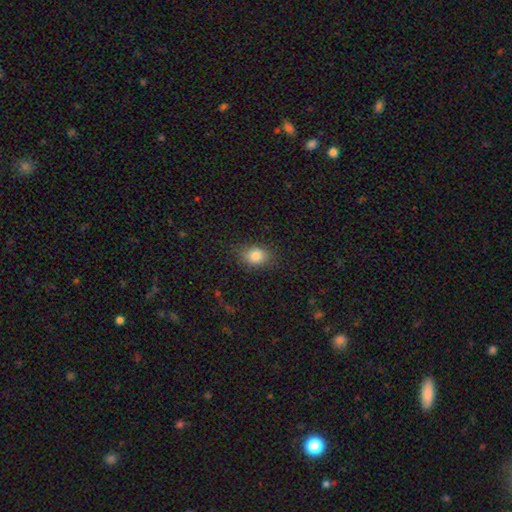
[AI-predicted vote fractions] smooth-or-featured: smooth: 83% | star or artifact: 11% | featured or disk: 7%
  how-rounded: in between: 55% | round: 44% | cigar-shaped: 1%
  merging: none: 82% | minor disturbance: 13% | major disturbance: 4% | merger: 1%